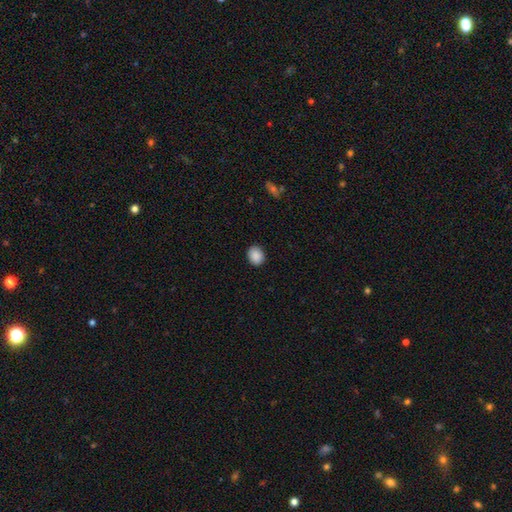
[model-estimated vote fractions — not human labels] smooth-or-featured: smooth: 89% | star or artifact: 8% | featured or disk: 3%
  how-rounded: round: 53% | in between: 46% | cigar-shaped: 1%
  merging: none: 89% | minor disturbance: 8% | major disturbance: 2% | merger: 1%